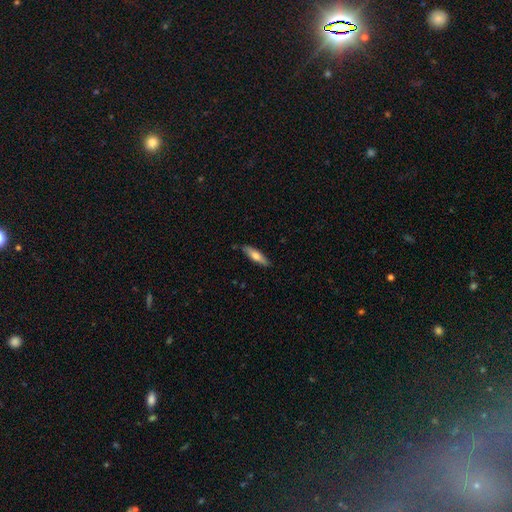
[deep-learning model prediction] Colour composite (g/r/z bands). It shows a smooth galaxy with no disk features (62%) that is cigar-shaped (68%). Merging: none (82%).